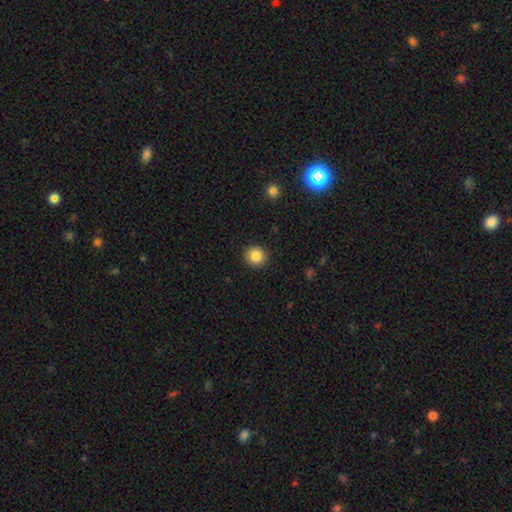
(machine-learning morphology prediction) Q: Smooth or featured?
A: smooth (85%); runner-up: star or artifact (10%)
Q: How rounded?
A: round (81%); runner-up: in between (18%)
Q: Merging?
A: none (90%); runner-up: minor disturbance (7%)